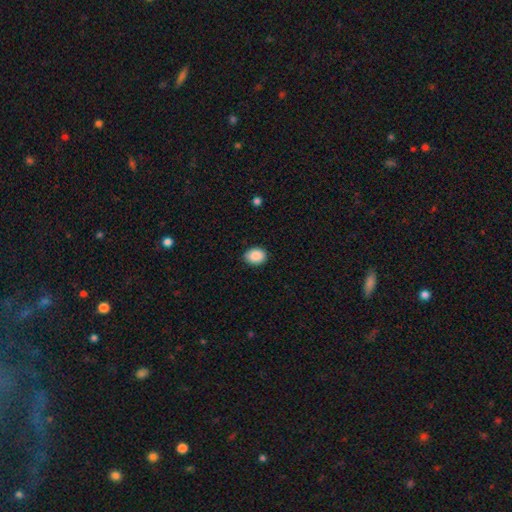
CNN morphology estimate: A smooth galaxy with no disk features (89%) that is in between round and cigar-shaped (62%).

Vote fractions:
- Smooth or featured? smooth: 89% / star or artifact: 7% / featured or disk: 3%
- How rounded? in between: 62% / round: 37% / cigar-shaped: 1%
- Merging? none: 86% / minor disturbance: 11% / major disturbance: 2% / merger: 1%